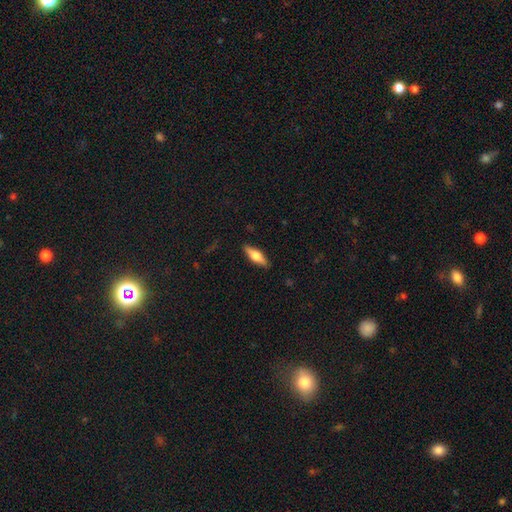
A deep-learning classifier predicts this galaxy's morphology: smooth-or-featured: smooth: 49% | featured or disk: 45% | star or artifact: 6%
  merging: none: 89% | minor disturbance: 8% | major disturbance: 2% | merger: 1%